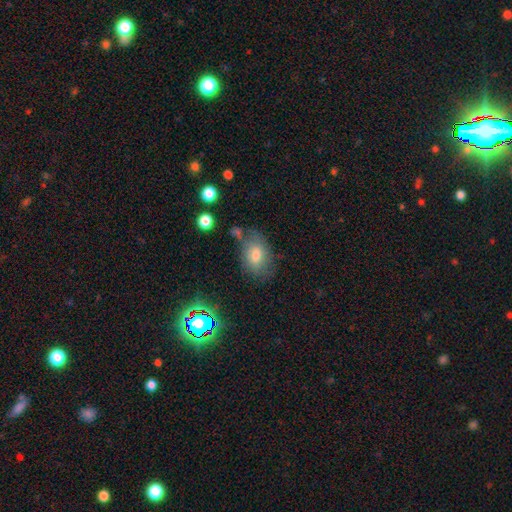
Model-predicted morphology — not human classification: A smooth galaxy with no disk features (71%) that is in between round and cigar-shaped (81%). Merging: none (61%).